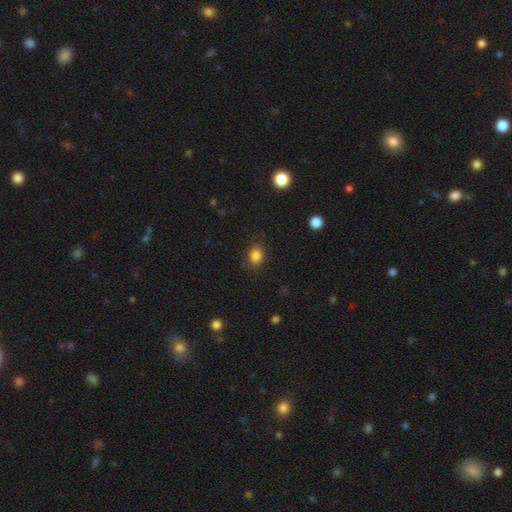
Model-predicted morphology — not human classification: A smooth galaxy with no disk features (85%) that is in between round and cigar-shaped (50%). Merging: none (82%).